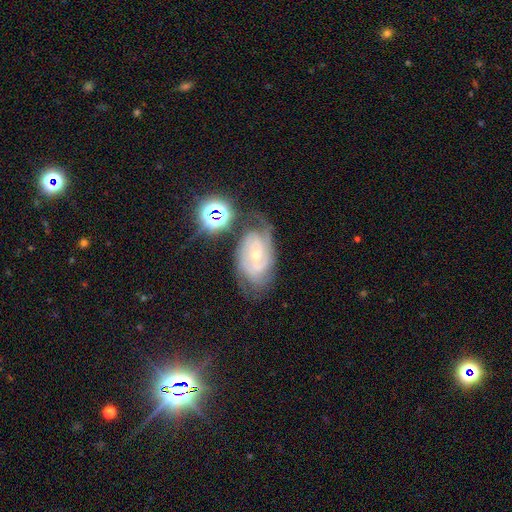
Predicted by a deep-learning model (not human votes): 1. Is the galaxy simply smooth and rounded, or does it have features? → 77% featured or disk, 11% star or artifact, 11% smooth.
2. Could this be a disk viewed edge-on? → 96% no, 4% yes.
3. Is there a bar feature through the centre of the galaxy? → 69% no, 25% weak, 6% strong.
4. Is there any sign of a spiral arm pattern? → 93% yes, 7% no.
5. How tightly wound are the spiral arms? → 61% tight, 31% medium, 8% loose.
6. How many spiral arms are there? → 36% can't tell, 31% 2, 18% 3, 6% 4, 5% 1, 4% more than 4.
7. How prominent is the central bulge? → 68% small, 27% moderate, 2% none, 1% large, 1% dominant.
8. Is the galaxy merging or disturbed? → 58% none, 23% minor disturbance, 13% major disturbance, 5% merger.